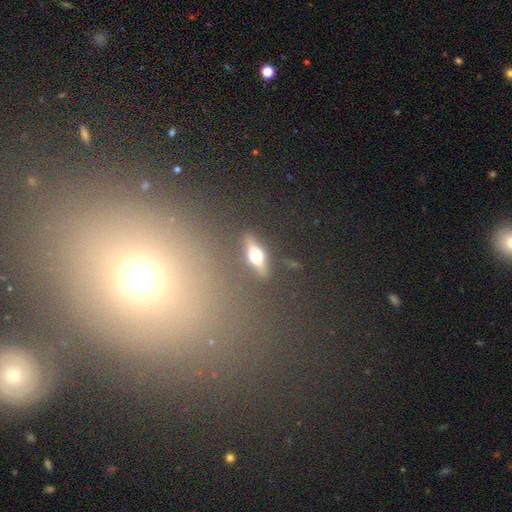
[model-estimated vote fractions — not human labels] Q: Smooth or featured?
A: featured or disk (53%); runner-up: smooth (35%)
Q: Edge-on disk?
A: yes (83%); runner-up: no (17%)
Q: Merging?
A: none (84%); runner-up: minor disturbance (10%)